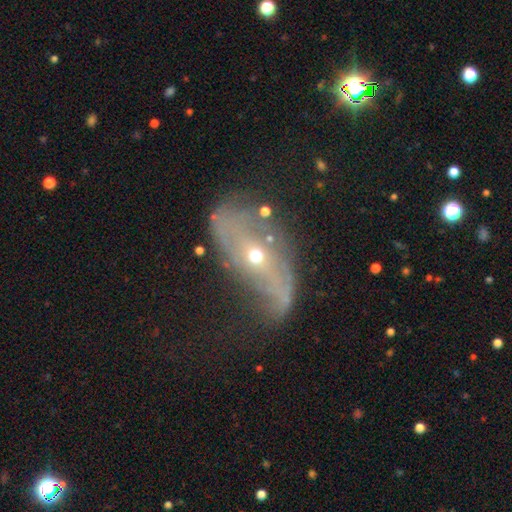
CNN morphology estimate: smooth-or-featured: featured or disk: 73% | smooth: 18% | star or artifact: 9%
  disk-edge-on: no: 88% | yes: 12%
    bar: no: 63% | weak: 23% | strong: 14%
    has-spiral-arms: yes: 62% | no: 38%
    bulge-size: small: 52% | moderate: 44% | large: 2% | dominant: 1% | none: 1%
  merging: none: 51% | minor disturbance: 24% | major disturbance: 20% | merger: 5%